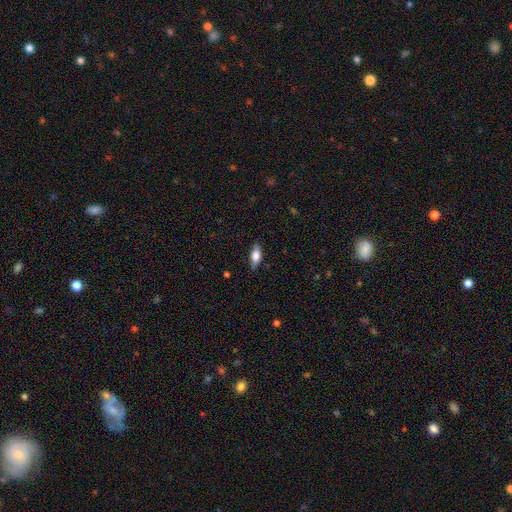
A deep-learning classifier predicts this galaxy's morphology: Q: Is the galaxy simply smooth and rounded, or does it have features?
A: smooth — 65%.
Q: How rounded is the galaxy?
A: in between — 71%.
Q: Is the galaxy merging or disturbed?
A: none — 82%.